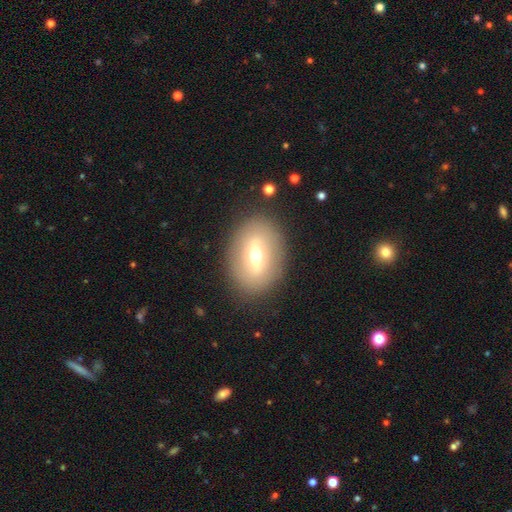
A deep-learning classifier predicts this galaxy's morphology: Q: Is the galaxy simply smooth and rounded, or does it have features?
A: smooth — 50%.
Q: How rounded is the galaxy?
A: in between — 68%.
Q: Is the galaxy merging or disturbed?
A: none — 85%.